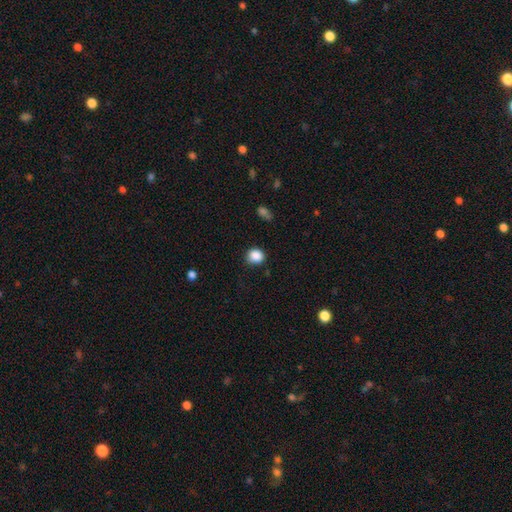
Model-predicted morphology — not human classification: The model was most divided on "how rounded": round: 76%, in between: 23%, cigar-shaped: 1%. More confident: smooth or featured — smooth (87%); merging — none (81%).